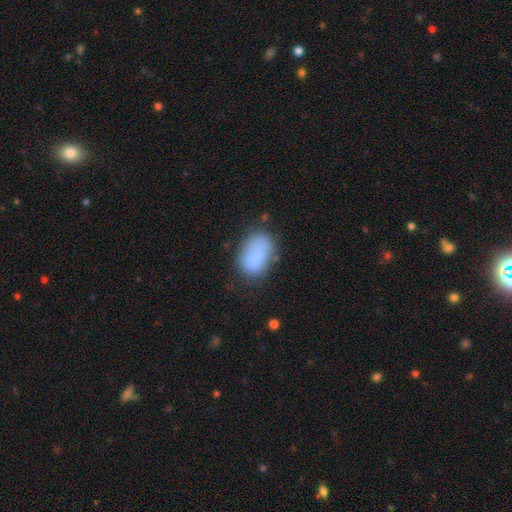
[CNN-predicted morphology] Smooth or featured?
  - smooth: 82% *
  - featured or disk: 9%
  - star or artifact: 9%
How rounded?
  - in between: 88% *
  - round: 11%
  - cigar-shaped: 1%
Merging?
  - none: 61% *
  - minor disturbance: 25%
  - major disturbance: 9%
  - merger: 5%